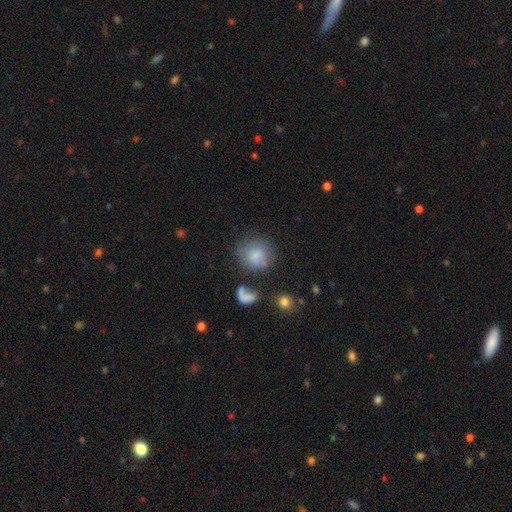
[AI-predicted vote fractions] The model was most divided on "merging": none: 61%, minor disturbance: 19%, major disturbance: 13%, merger: 8%. More confident: how rounded — round (81%); smooth or featured — smooth (77%).